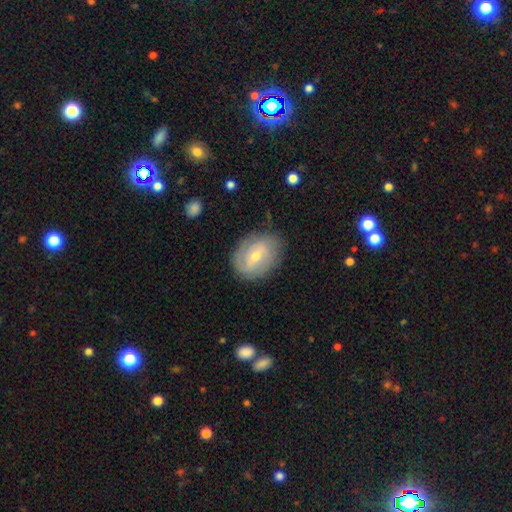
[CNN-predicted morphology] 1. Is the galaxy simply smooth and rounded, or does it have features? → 62% featured or disk, 31% smooth, 7% star or artifact.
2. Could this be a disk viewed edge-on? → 95% no, 5% yes.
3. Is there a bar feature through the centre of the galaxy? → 48% weak, 34% no, 18% strong.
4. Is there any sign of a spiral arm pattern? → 74% yes, 26% no.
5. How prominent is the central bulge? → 54% small, 43% moderate, 1% large, 1% none, 1% dominant.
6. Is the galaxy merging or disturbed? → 77% none, 17% minor disturbance, 5% major disturbance, 1% merger.